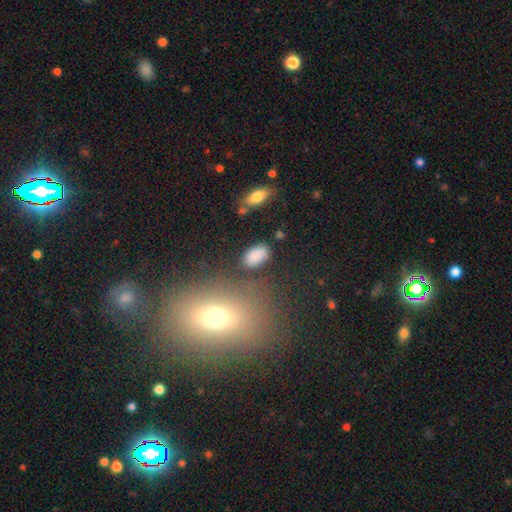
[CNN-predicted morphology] type=smooth (84%); roundness=in between (92%); merging=none (75%).